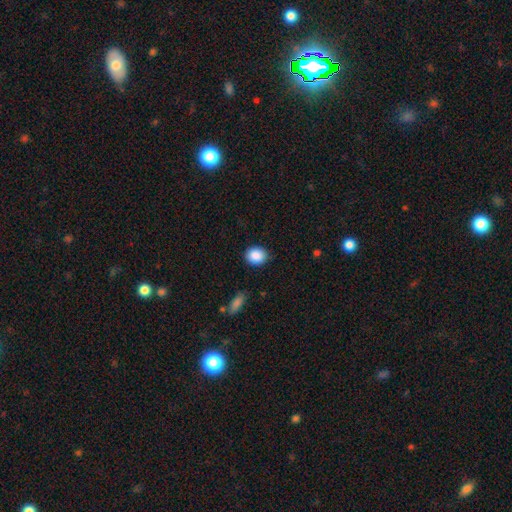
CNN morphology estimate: smooth 88%, star or artifact 8%, featured or disk 4%. Down the decision tree: how rounded — round (59%); merging — none (87%).